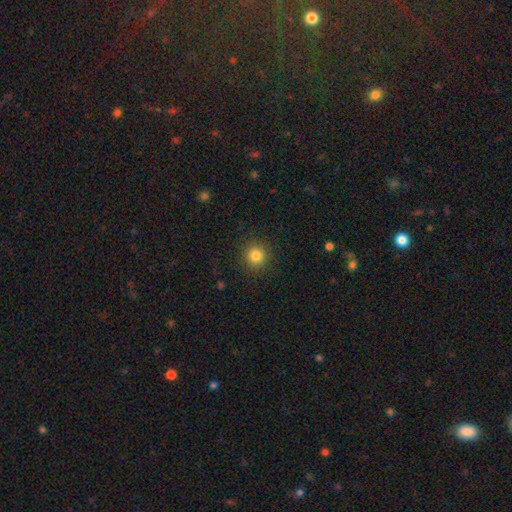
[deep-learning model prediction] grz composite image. It shows a smooth galaxy with no disk features (83%) that is round (92%). Merging: none (90%).